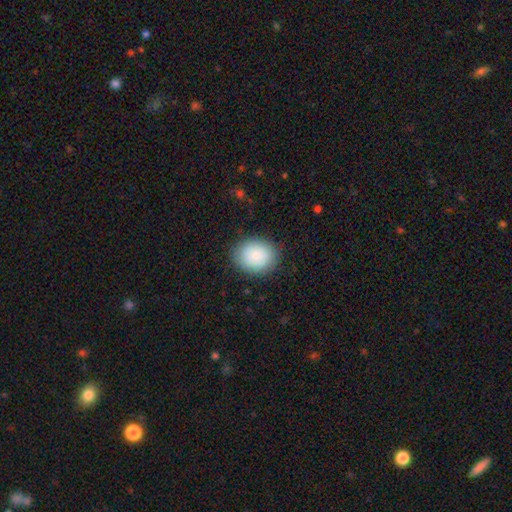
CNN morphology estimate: smooth-or-featured: smooth: 87% | star or artifact: 7% | featured or disk: 5%
  how-rounded: round: 61% | in between: 39% | cigar-shaped: 1%
  merging: none: 85% | minor disturbance: 10% | major disturbance: 3% | merger: 1%